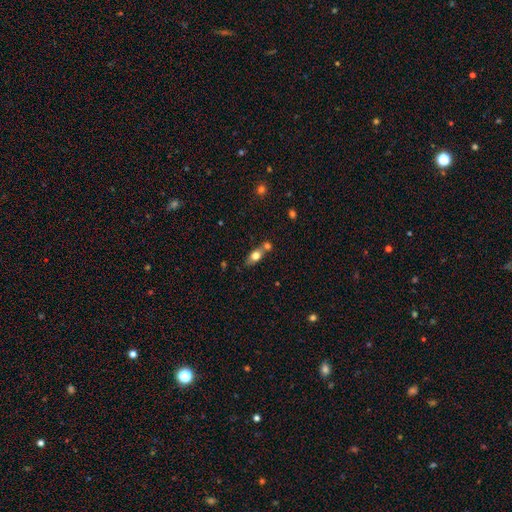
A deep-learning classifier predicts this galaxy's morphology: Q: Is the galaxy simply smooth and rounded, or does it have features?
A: smooth — 71%.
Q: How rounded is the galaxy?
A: in between — 75%.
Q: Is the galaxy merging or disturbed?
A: none — 50%.